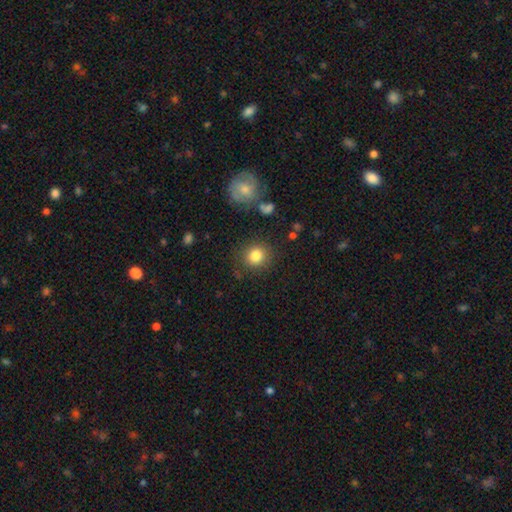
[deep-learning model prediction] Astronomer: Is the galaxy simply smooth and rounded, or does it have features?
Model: smooth — 84%.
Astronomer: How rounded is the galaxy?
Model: round — 87%.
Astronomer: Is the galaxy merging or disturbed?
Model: none — 84%.